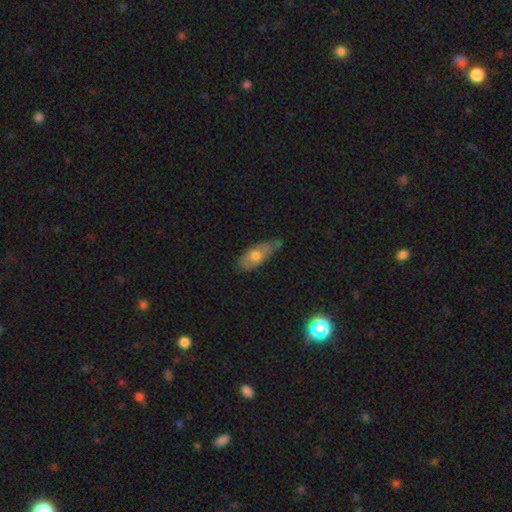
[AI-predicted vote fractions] This appears to be a smooth galaxy with no disk features (56%) that is in between round and cigar-shaped (77%). Merging: none (49%).